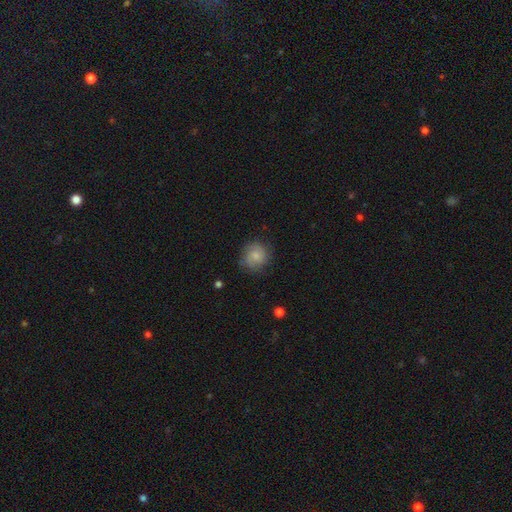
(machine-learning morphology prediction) Q: Smooth or featured?
A: smooth (57%); runner-up: featured or disk (35%)
Q: How rounded?
A: round (86%); runner-up: in between (13%)
Q: Merging?
A: none (78%); runner-up: minor disturbance (16%)